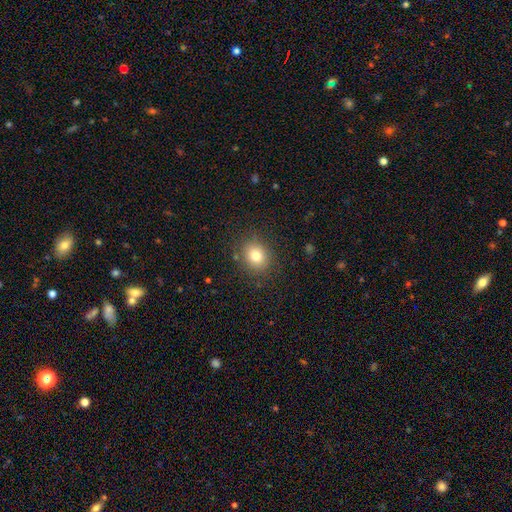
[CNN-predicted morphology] This appears to be a smooth galaxy with no disk features (79%) that is round (70%). Merging: none (84%).